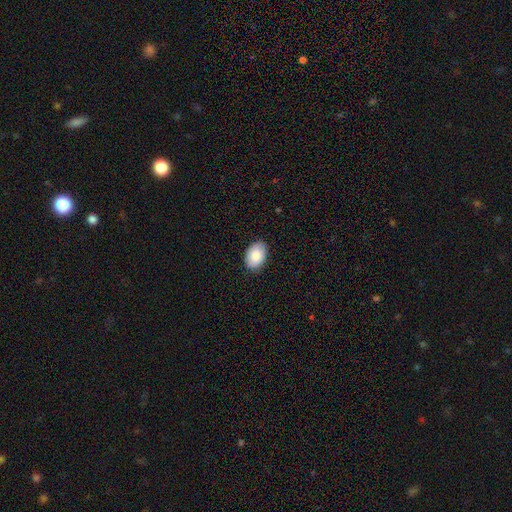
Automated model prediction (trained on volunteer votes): A smooth galaxy with no disk features (82%) that is in between round and cigar-shaped (86%).

Vote fractions:
- Smooth or featured? smooth: 82% / featured or disk: 11% / star or artifact: 7%
- How rounded? in between: 86% / round: 13% / cigar-shaped: 1%
- Merging? none: 87% / minor disturbance: 10% / major disturbance: 2% / merger: 1%